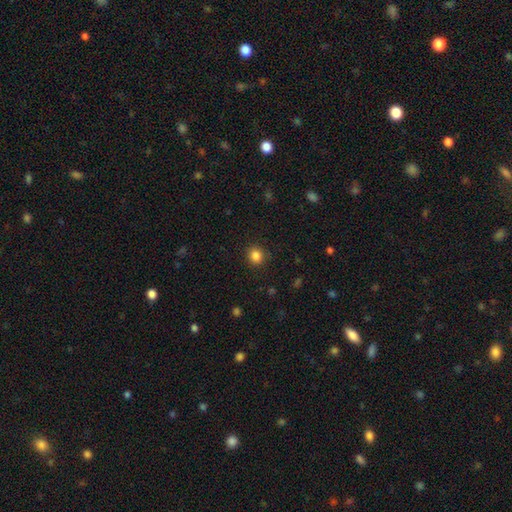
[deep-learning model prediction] The model was most divided on "how rounded": round: 82%, in between: 17%, cigar-shaped: 1%. More confident: merging — none (89%); smooth or featured — smooth (85%).